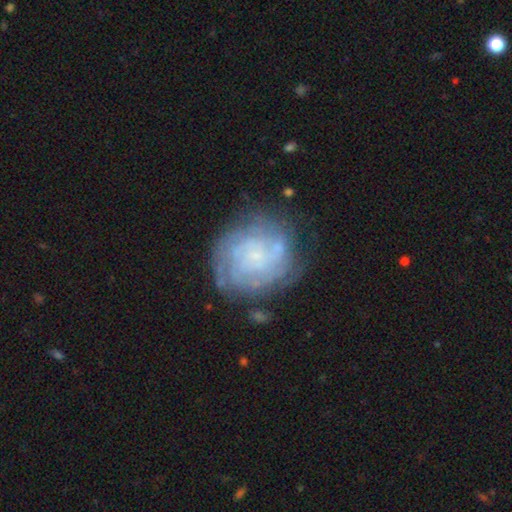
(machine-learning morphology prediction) This appears to be a featured or disk galaxy (74%) with no bar (78%), tight (70%) spiral arms (87%) and a small central bulge (71%). Merging: none (69%).